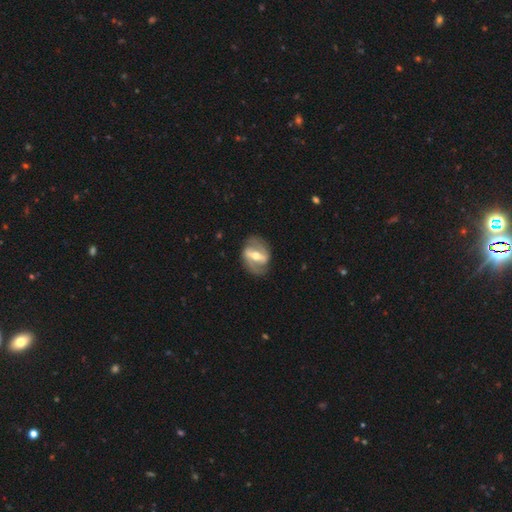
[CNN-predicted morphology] Smooth or featured? Predicted: featured or disk (p=0.79). Edge-on disk? Predicted: no (p=0.91). Bar? Predicted: strong (p=0.69). Spiral arms? Predicted: yes (p=0.68). Bulge size? Predicted: moderate (p=0.70). Merging? Predicted: none (p=0.78).